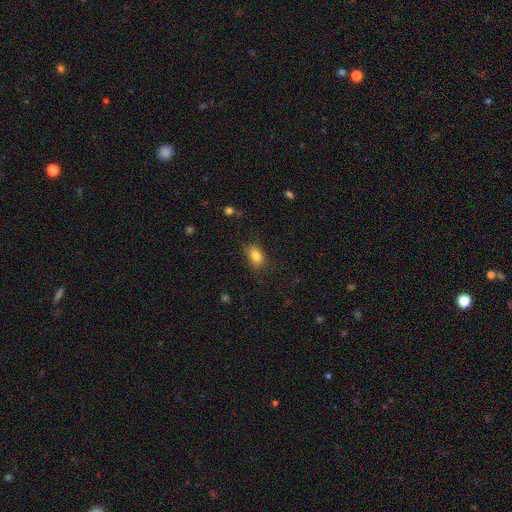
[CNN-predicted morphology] This is clearly a smooth galaxy (83%). How rounded: likely in between (75%). Merging: likely none (77%).